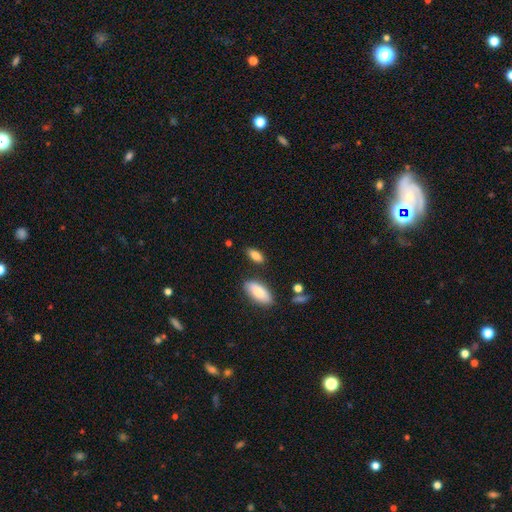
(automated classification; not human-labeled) Smooth or featured?
  - smooth: 83% *
  - featured or disk: 9%
  - star or artifact: 8%
How rounded?
  - in between: 83% *
  - cigar-shaped: 14%
  - round: 4%
Merging?
  - none: 80% *
  - minor disturbance: 12%
  - merger: 5%
  - major disturbance: 3%